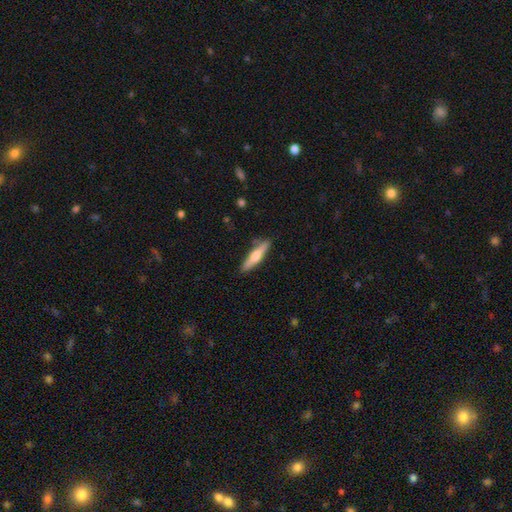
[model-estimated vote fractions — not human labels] smooth-or-featured: smooth: 54% | featured or disk: 40% | star or artifact: 6%
  how-rounded: cigar-shaped: 82% | in between: 16% | round: 2%
  merging: none: 84% | minor disturbance: 12% | major disturbance: 2% | merger: 2%